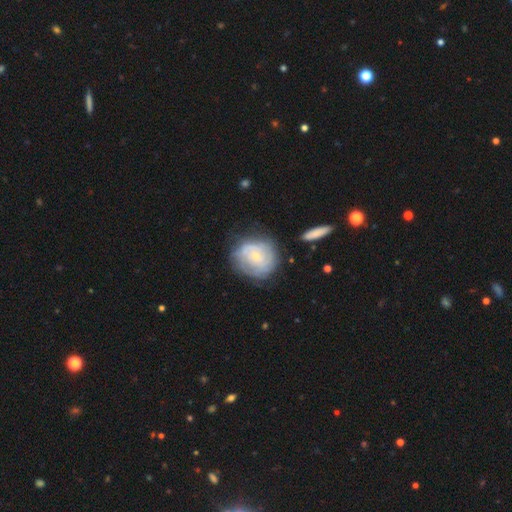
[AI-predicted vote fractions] Overall: featured or disk (56%; smooth 37%). Edge-on disk: no (97%). Bar: no (80%). Spiral arms: yes (65%; no 35%). Bulge size: small (77%). Merging: none (65%).